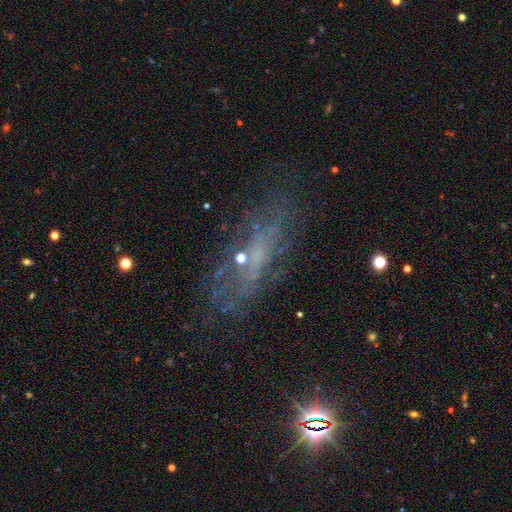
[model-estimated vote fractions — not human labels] smooth_or_featured: featured or disk (p=0.50) [alt: smooth p=0.26]
merging: none (p=0.68) [alt: minor disturbance p=0.18]